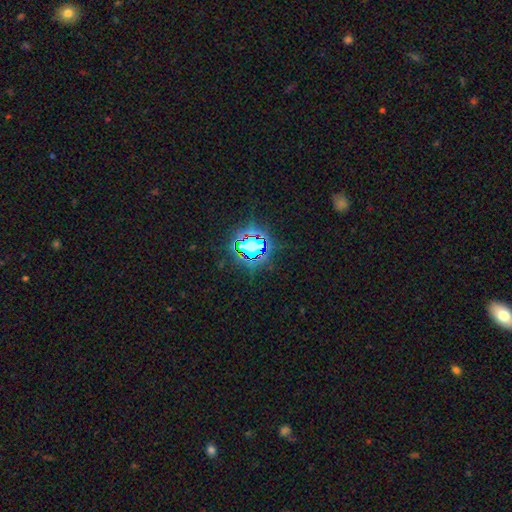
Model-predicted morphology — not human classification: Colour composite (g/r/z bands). It shows a star or artifact, not a galaxy (78%).